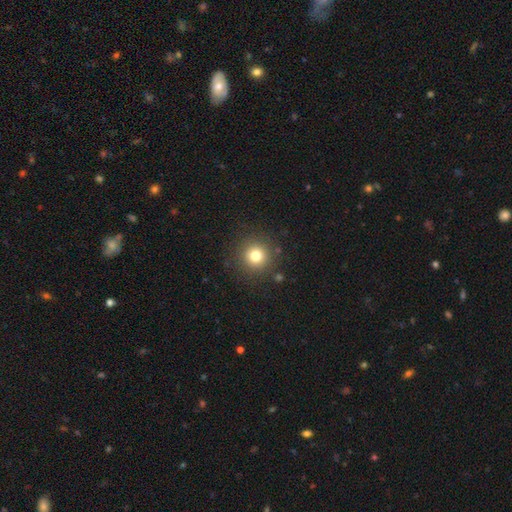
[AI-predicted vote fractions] smooth-or-featured: smooth: 78% | star or artifact: 14% | featured or disk: 8%
  how-rounded: round: 95% | in between: 4% | cigar-shaped: 1%
  merging: none: 89% | minor disturbance: 6% | major disturbance: 3% | merger: 2%